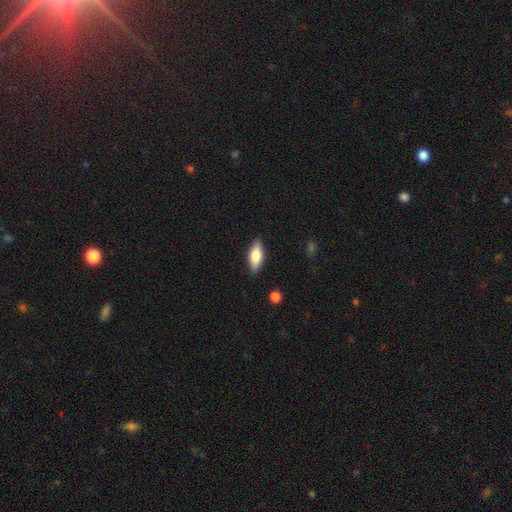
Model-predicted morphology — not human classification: Smooth or featured? Predicted: smooth (p=0.74). How rounded? Predicted: in between (p=0.77). Merging? Predicted: none (p=0.85).